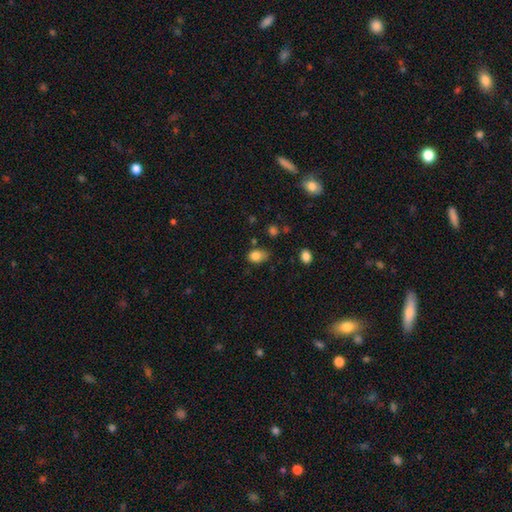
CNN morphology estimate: type=smooth (83%); roundness=in between (75%); merging=none (48%).